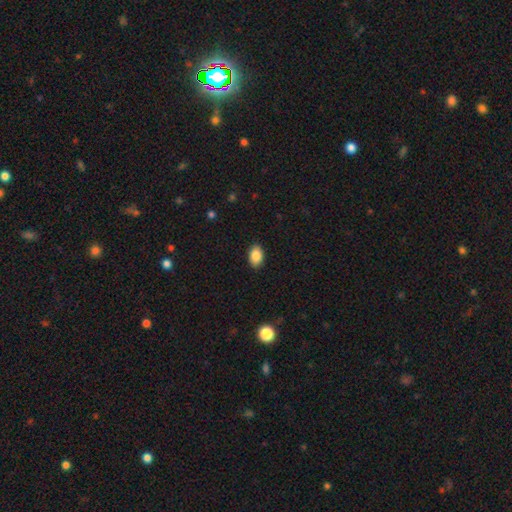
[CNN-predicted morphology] smooth-or-featured: smooth: 87% | star or artifact: 8% | featured or disk: 5%
  how-rounded: in between: 89% | round: 10% | cigar-shaped: 1%
  merging: none: 90% | minor disturbance: 8% | major disturbance: 2% | merger: 1%